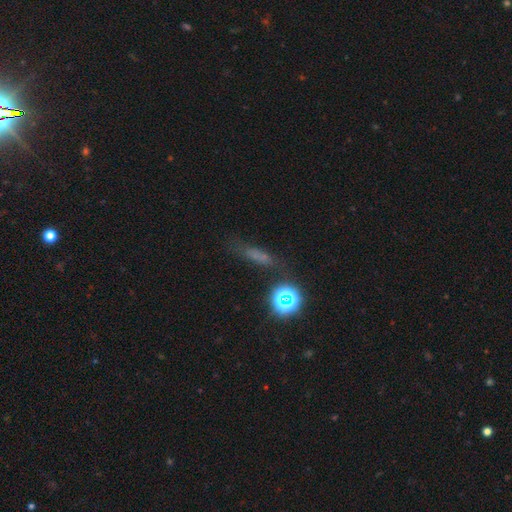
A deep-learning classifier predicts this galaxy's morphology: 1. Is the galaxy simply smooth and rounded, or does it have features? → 48% smooth, 33% star or artifact, 19% featured or disk.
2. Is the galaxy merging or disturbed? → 66% none, 18% minor disturbance, 10% major disturbance, 6% merger.